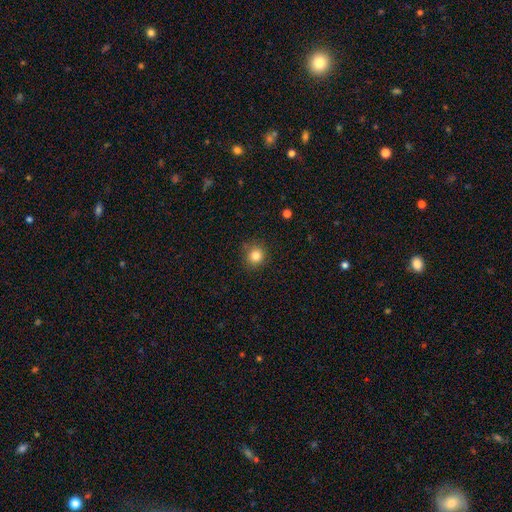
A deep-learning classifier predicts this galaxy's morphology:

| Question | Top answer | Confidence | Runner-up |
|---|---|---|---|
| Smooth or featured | smooth | 82% | star or artifact (12%) |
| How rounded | round | 91% | in between (8%) |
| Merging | none | 87% | minor disturbance (9%) |